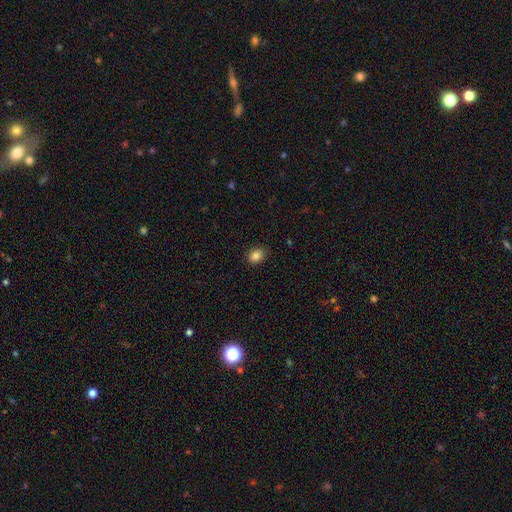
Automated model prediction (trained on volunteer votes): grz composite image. It shows a smooth galaxy with no disk features (86%) that is round (53%). Merging: none (88%).